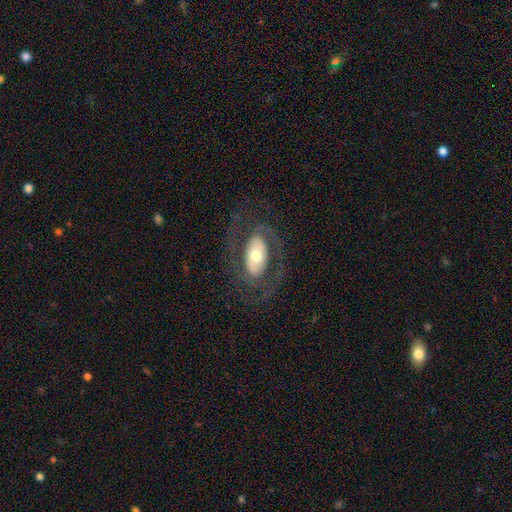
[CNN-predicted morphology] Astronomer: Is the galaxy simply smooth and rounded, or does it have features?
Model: featured or disk — 69%.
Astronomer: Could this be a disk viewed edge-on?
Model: no — 92%.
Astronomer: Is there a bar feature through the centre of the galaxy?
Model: no — 53%.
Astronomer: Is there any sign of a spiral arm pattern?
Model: yes — 64%.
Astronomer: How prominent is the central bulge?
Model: moderate — 59%.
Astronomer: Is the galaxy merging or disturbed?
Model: none — 72%.